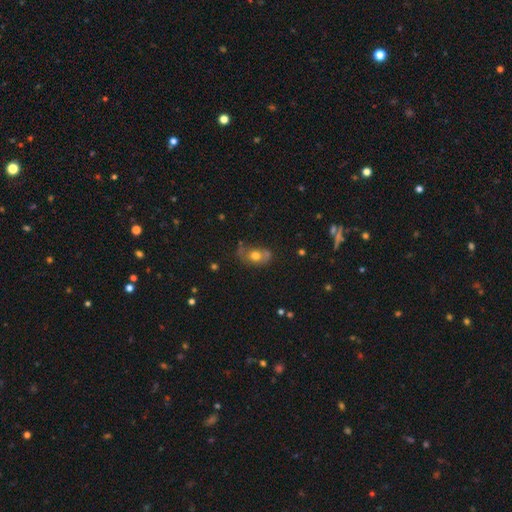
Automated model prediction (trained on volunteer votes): smooth-or-featured: smooth: 65% | featured or disk: 24% | star or artifact: 11%
  how-rounded: in between: 61% | round: 37% | cigar-shaped: 2%
  merging: none: 43% | minor disturbance: 26% | major disturbance: 16% | merger: 14%